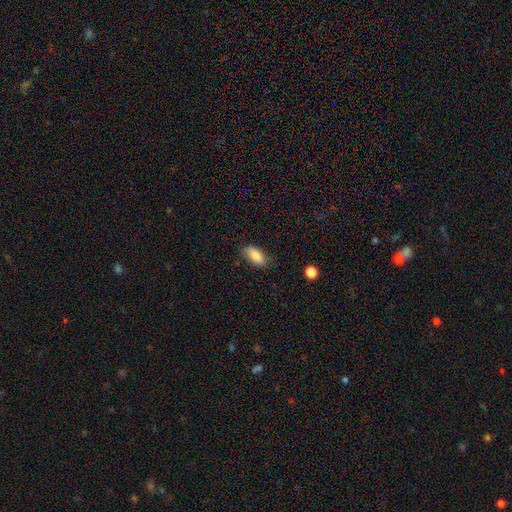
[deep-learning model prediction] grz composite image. It shows a smooth galaxy with no disk features (85%) that is in between round and cigar-shaped (85%). Merging: none (77%).